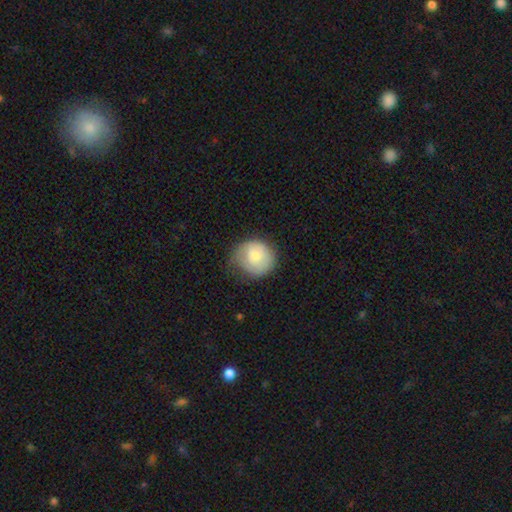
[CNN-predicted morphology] This appears to be a smooth galaxy with no disk features (74%) that is round (83%). Merging: none (50%).